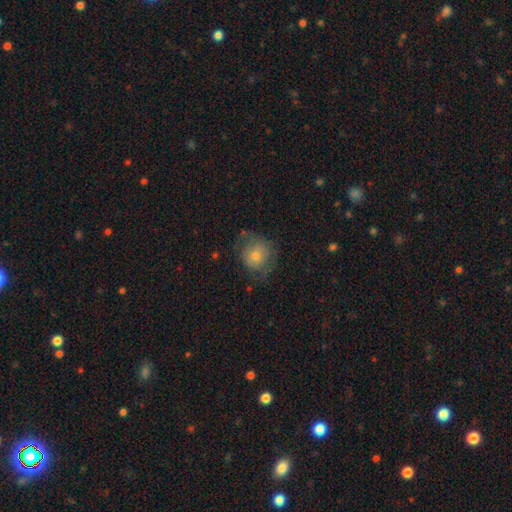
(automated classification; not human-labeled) Smooth or featured? smooth (56%)
How rounded? round (84%)
Merging? none (62%)